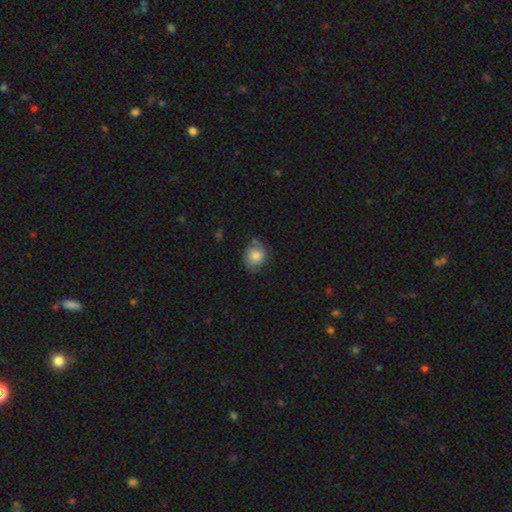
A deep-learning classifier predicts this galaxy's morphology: type=smooth (76%); roundness=round (74%); merging=none (63%).